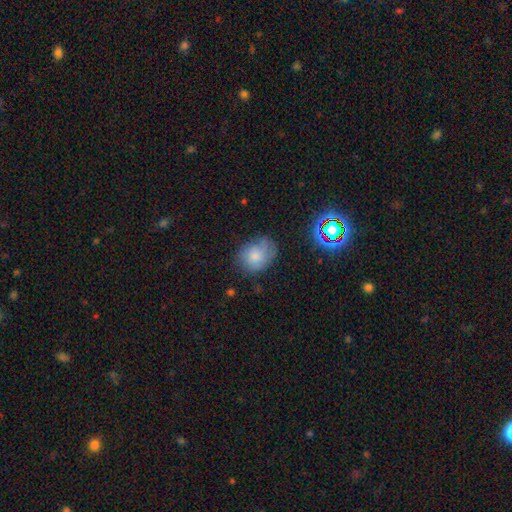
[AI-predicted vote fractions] Overall: smooth (70%). How rounded: in between (52%; round 47%). Merging: none (57%; minor disturbance 29%).